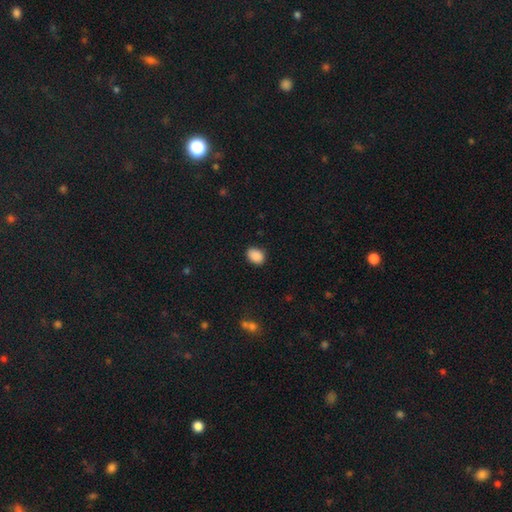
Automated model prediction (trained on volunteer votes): This is clearly a smooth galaxy (89%). How rounded: likely in between (74%). Merging: clearly none (85%).